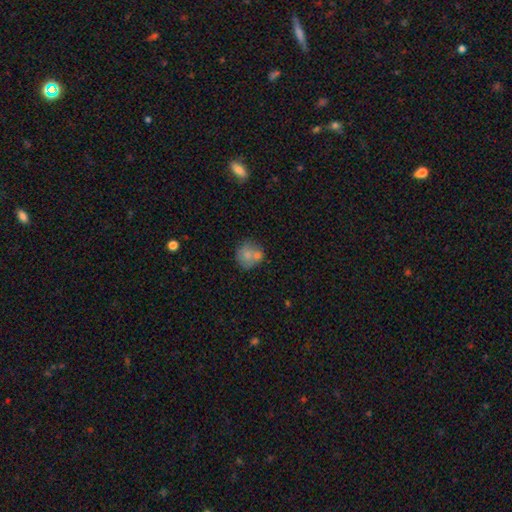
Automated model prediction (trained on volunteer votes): smooth 50%, star or artifact 31%, featured or disk 19%. Down the decision tree: how rounded — round (80%); merging — none (68%).